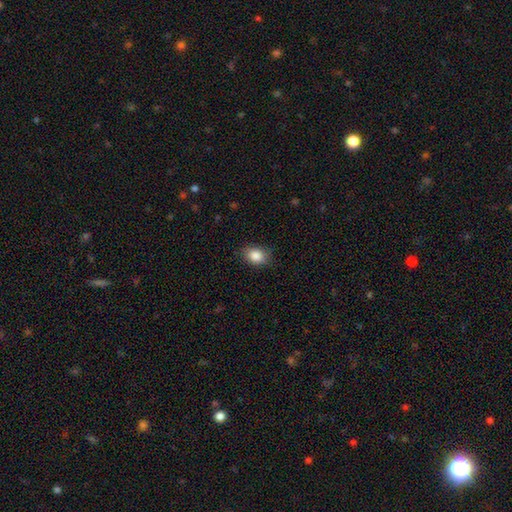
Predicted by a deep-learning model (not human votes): Q: Smooth or featured?
A: smooth (87%); runner-up: star or artifact (8%)
Q: How rounded?
A: in between (71%); runner-up: round (28%)
Q: Merging?
A: none (83%); runner-up: minor disturbance (13%)